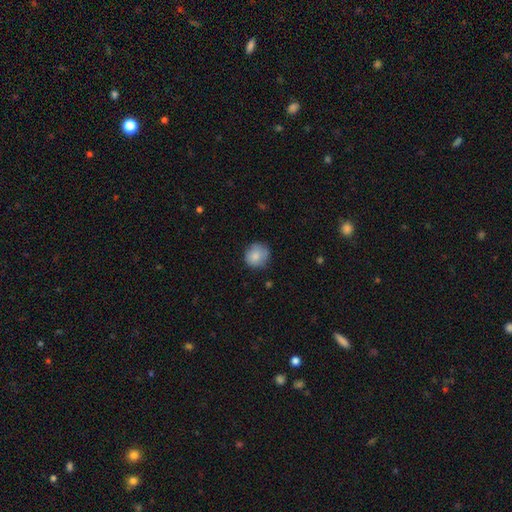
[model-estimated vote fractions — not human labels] Smooth or featured? Predicted: smooth (p=0.85). How rounded? Predicted: round (p=0.86). Merging? Predicted: none (p=0.76).